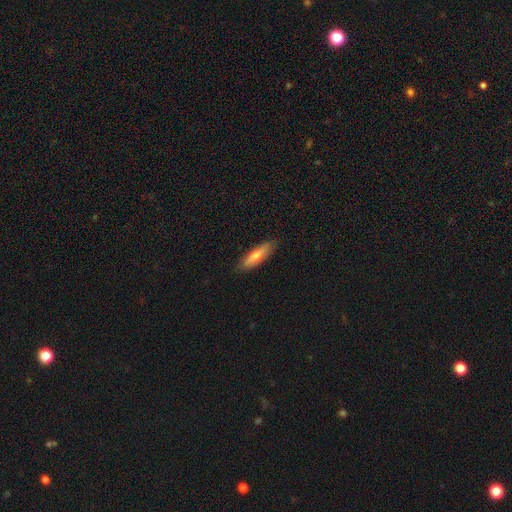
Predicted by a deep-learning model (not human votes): smooth 68%, featured or disk 26%, star or artifact 6%. Down the decision tree: how rounded — cigar-shaped (65%); merging — none (86%).